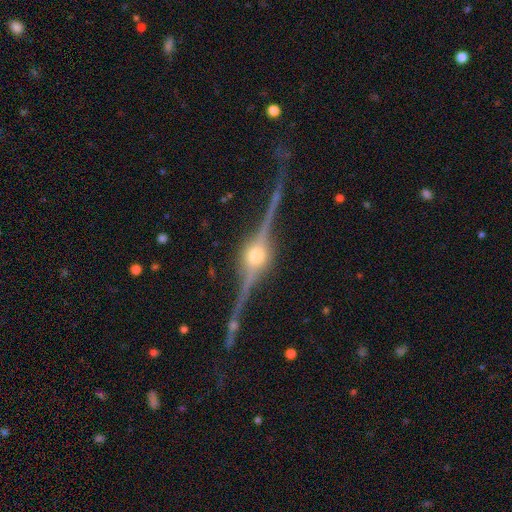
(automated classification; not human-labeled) Morphology: type=featured or disk (91%); edge-on=yes (98%); edge-on bulge=rounded (95%); merging=none (87%).